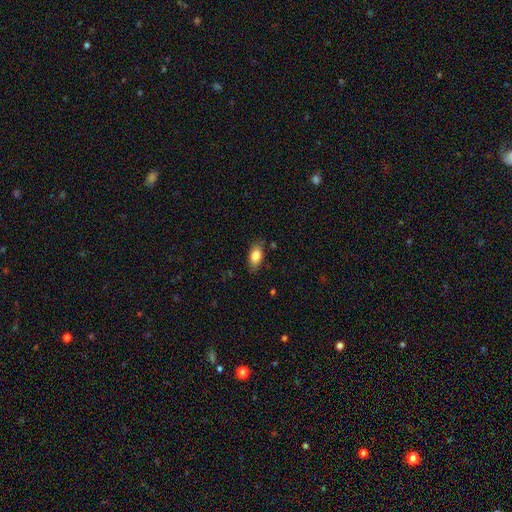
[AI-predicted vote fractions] Morphology: type=smooth (84%); roundness=in between (89%); merging=none (79%).